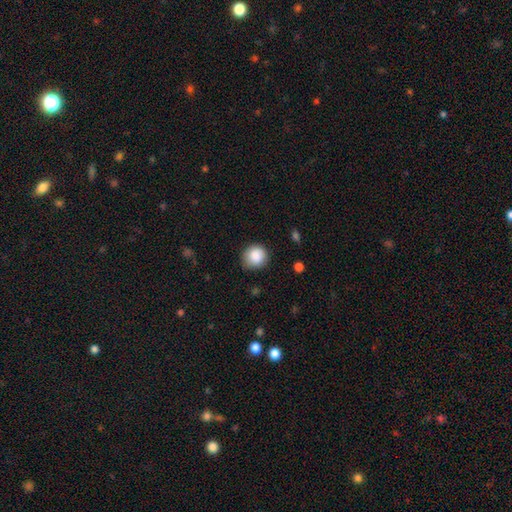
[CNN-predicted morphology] Smooth or featured: smooth — 87% (star or artifact — 8%)
How rounded: round — 85% (in between — 14%)
Merging: none — 76% (minor disturbance — 19%)